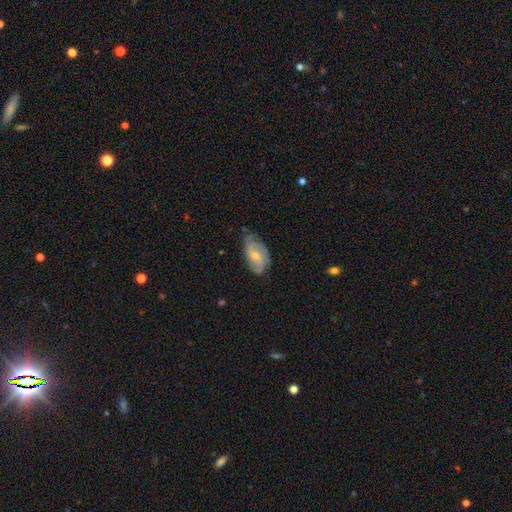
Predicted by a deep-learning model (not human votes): This is likely a featured or disk galaxy (66%). It is clearly not viewed edge-on (95%). Bar: possibly no (49%). Spiral arm pattern: clearly yes (89%). Spiral arm count: marginally 2 (43%). Spiral winding: marginally medium (43%). Central bulge: possibly moderate (55%). Merging: likely none (60%).